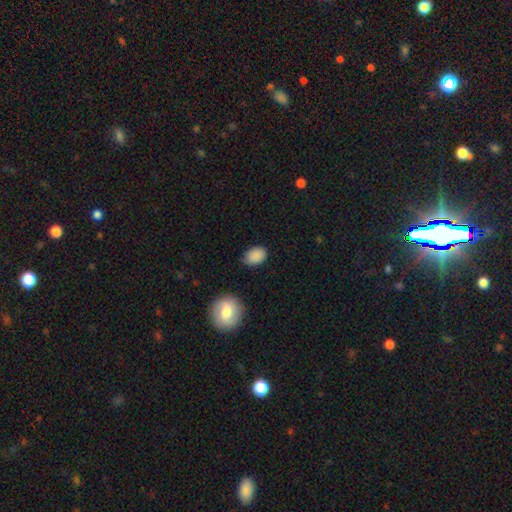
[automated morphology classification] Q: Smooth or featured?
A: smooth (87%); runner-up: star or artifact (8%)
Q: How rounded?
A: in between (81%); runner-up: round (18%)
Q: Merging?
A: none (75%); runner-up: minor disturbance (19%)